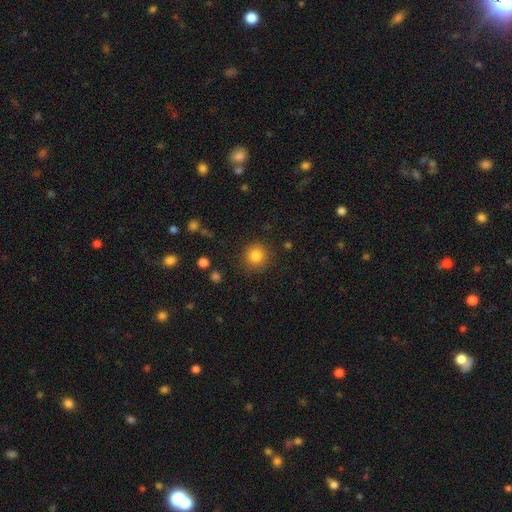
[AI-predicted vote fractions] Smooth or featured? Predicted: smooth (p=0.83). How rounded? Predicted: round (p=0.92). Merging? Predicted: none (p=0.86).